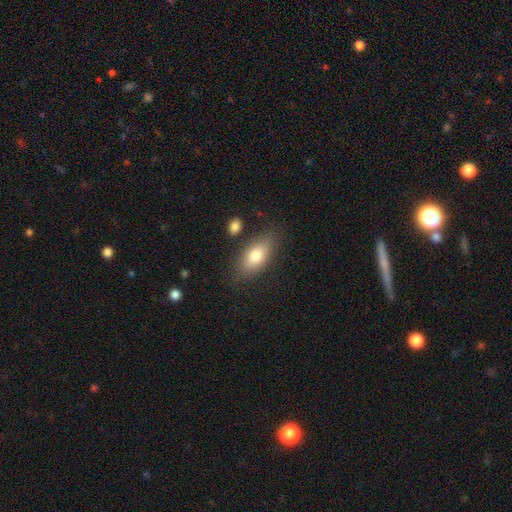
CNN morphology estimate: The model was most divided on "smooth or featured": smooth: 77%, featured or disk: 16%, star or artifact: 7%. More confident: how rounded — in between (86%); merging — none (78%).